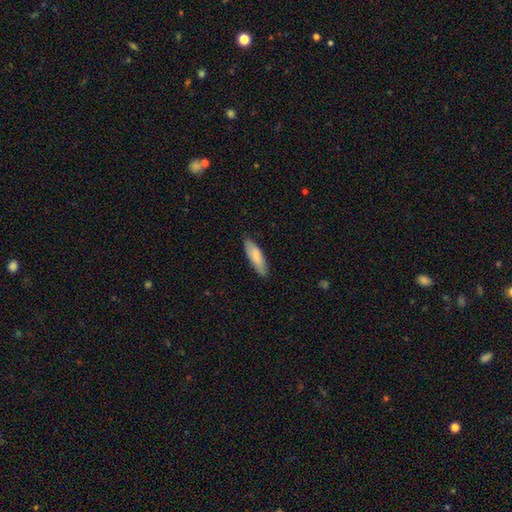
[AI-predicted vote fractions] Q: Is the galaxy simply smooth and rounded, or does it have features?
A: smooth — 81%.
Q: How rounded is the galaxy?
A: cigar-shaped — 54%.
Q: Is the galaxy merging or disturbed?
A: none — 84%.